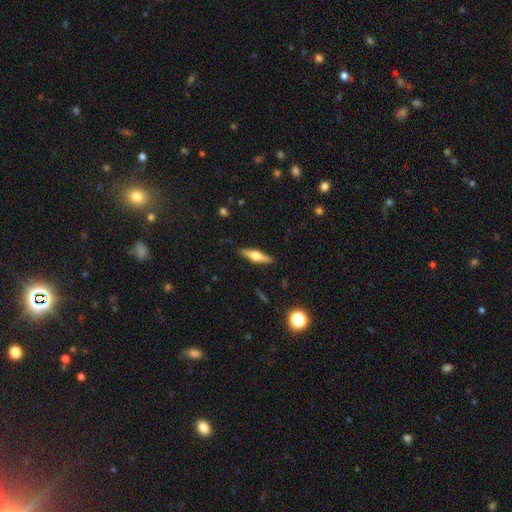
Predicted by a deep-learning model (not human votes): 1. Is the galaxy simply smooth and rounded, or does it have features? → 57% featured or disk, 37% smooth, 6% star or artifact.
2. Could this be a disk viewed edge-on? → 95% yes, 5% no.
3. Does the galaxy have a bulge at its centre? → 93% rounded, 5% boxy, 2% none.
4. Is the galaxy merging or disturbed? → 89% none, 8% minor disturbance, 2% major disturbance, 1% merger.